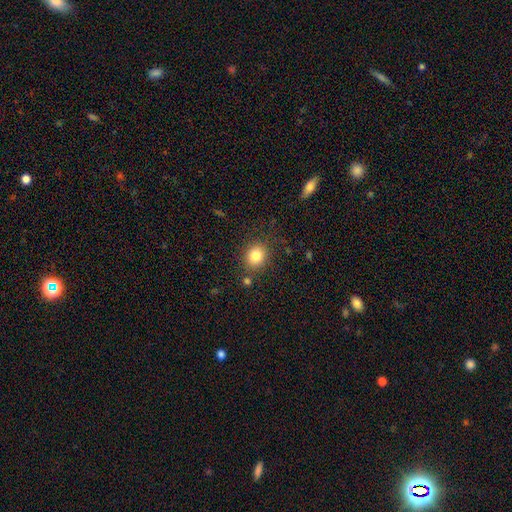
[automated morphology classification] Smooth or featured? smooth (82%)
How rounded? round (68%)
Merging? none (82%)